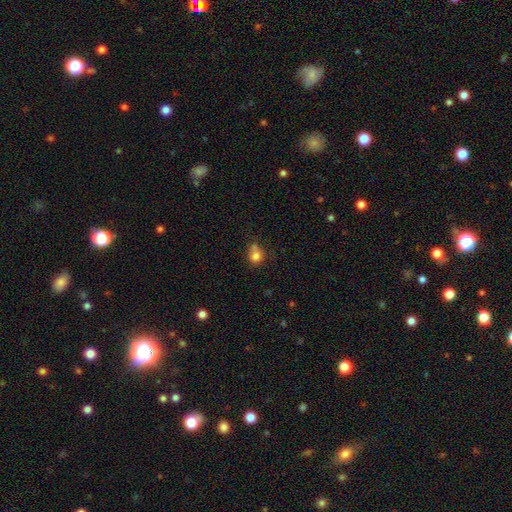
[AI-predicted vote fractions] smooth-or-featured: smooth: 80% | star or artifact: 12% | featured or disk: 9%
  how-rounded: round: 74% | in between: 25% | cigar-shaped: 1%
  merging: none: 48% | merger: 28% | minor disturbance: 18% | major disturbance: 7%